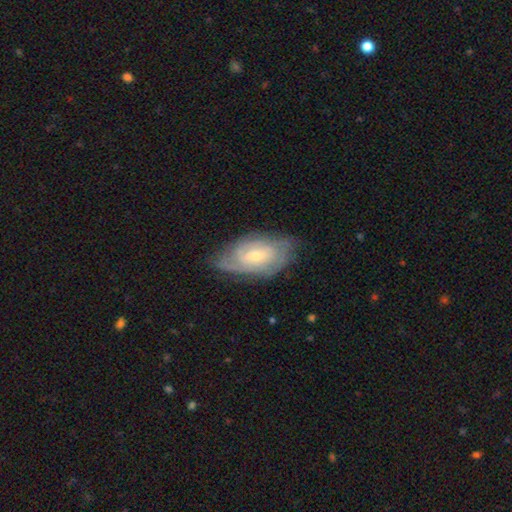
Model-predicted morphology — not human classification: A featured or disk galaxy (76%) with a weak bar (48%), tight (60%) spiral arms (91%) and a small central bulge (57%). Merging: none (67%).